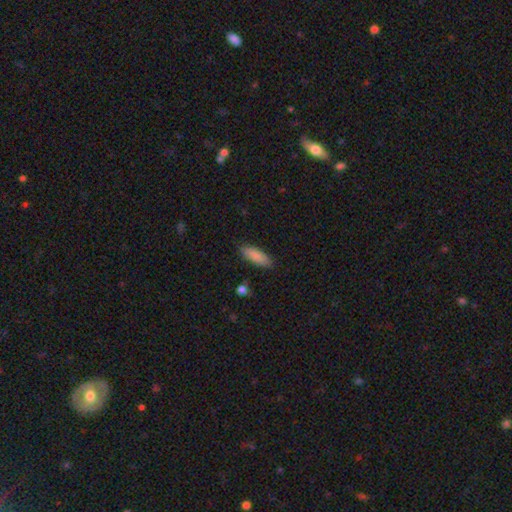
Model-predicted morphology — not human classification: smooth-or-featured: smooth: 87% | featured or disk: 7% | star or artifact: 6%
  how-rounded: in between: 62% | cigar-shaped: 36% | round: 2%
  merging: none: 84% | minor disturbance: 12% | major disturbance: 2% | merger: 1%